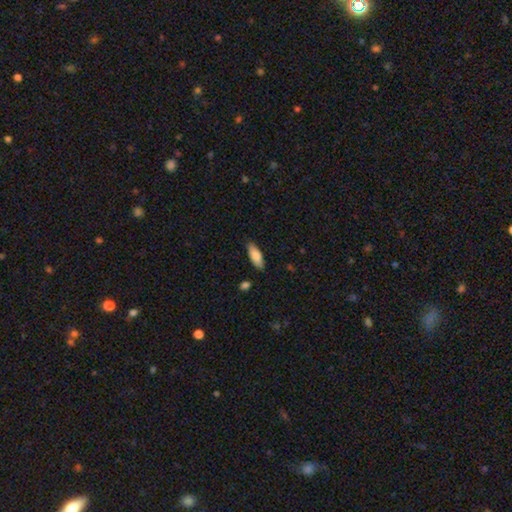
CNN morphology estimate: The model was most divided on "how rounded": in between: 75%, cigar-shaped: 23%, round: 2%. More confident: merging — none (85%); smooth or featured — smooth (83%).